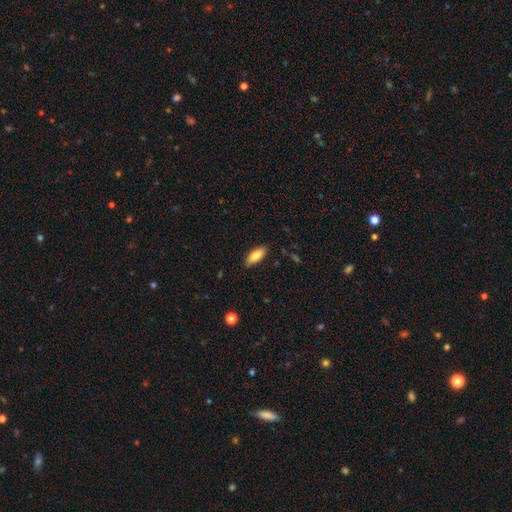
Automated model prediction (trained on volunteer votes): A smooth galaxy with no disk features (82%) that is in between round and cigar-shaped (78%).

Vote fractions:
- Smooth or featured? smooth: 82% / featured or disk: 11% / star or artifact: 7%
- How rounded? in between: 78% / cigar-shaped: 20% / round: 2%
- Merging? none: 86% / minor disturbance: 11% / major disturbance: 2% / merger: 1%